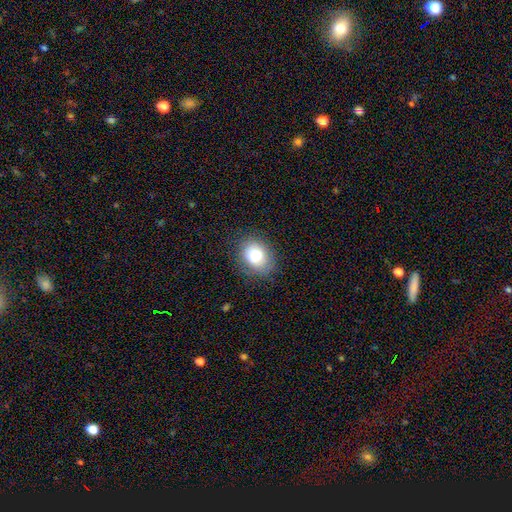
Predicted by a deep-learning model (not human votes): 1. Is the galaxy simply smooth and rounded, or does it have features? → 79% smooth, 11% featured or disk, 10% star or artifact.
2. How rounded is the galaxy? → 56% in between, 43% round, 1% cigar-shaped.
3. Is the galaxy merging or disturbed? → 81% none, 13% minor disturbance, 4% major disturbance, 1% merger.